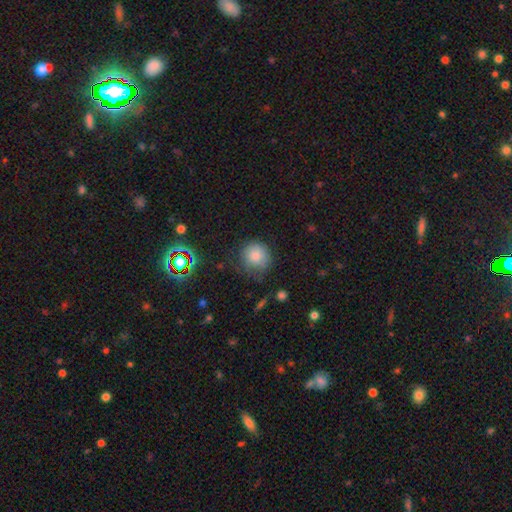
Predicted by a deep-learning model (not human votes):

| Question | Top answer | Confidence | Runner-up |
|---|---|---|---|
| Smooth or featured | smooth | 80% | star or artifact (12%) |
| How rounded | round | 89% | in between (11%) |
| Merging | none | 67% | minor disturbance (23%) |